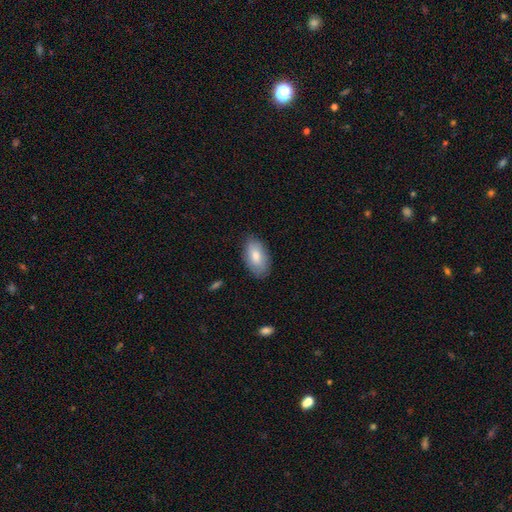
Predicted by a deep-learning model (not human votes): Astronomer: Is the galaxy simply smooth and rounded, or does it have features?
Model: smooth — 79%.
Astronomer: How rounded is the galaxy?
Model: in between — 94%.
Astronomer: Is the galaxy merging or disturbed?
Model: none — 81%.